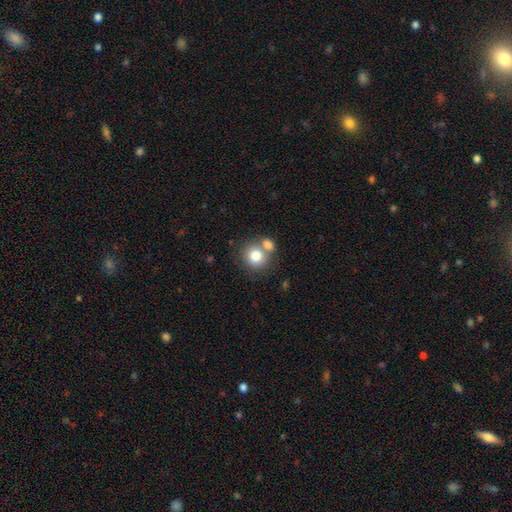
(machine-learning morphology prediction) This is likely a smooth galaxy (78%). How rounded: clearly round (84%). Merging: possibly none (53%).